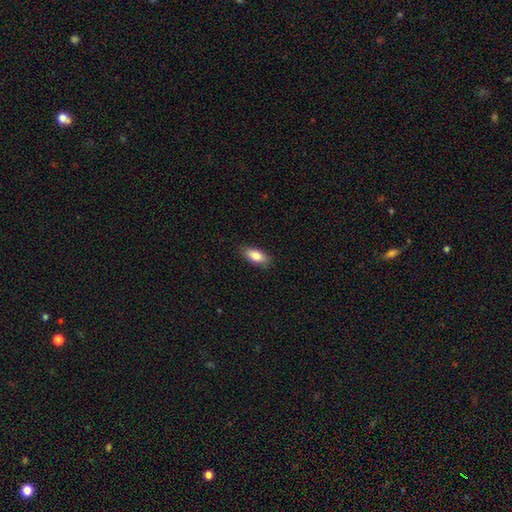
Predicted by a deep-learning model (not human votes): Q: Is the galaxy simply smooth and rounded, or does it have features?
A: smooth — 83%.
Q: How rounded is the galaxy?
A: in between — 83%.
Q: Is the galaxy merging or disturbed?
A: none — 87%.